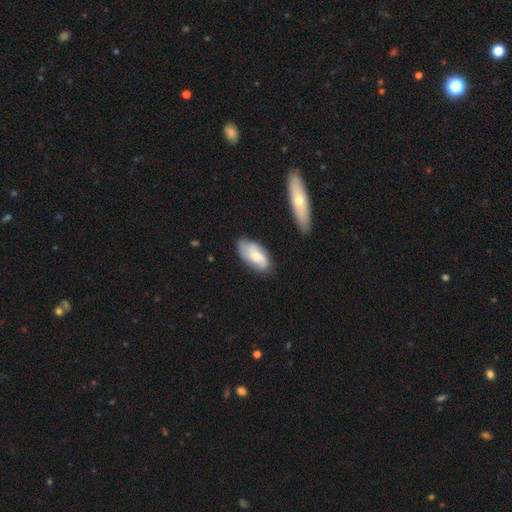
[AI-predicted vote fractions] Smooth or featured? Predicted: smooth (p=0.56). How rounded? Predicted: in between (p=0.92). Merging? Predicted: none (p=0.68).